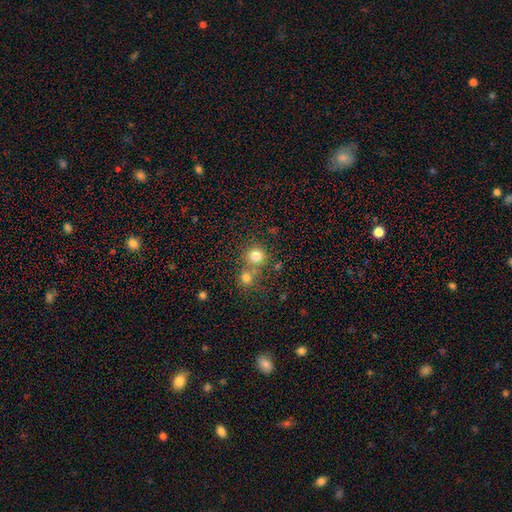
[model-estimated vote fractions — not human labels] The model was most divided on "merging": none: 59%, merger: 32%, minor disturbance: 6%, major disturbance: 3%. More confident: how rounded — round (91%); smooth or featured — smooth (79%).